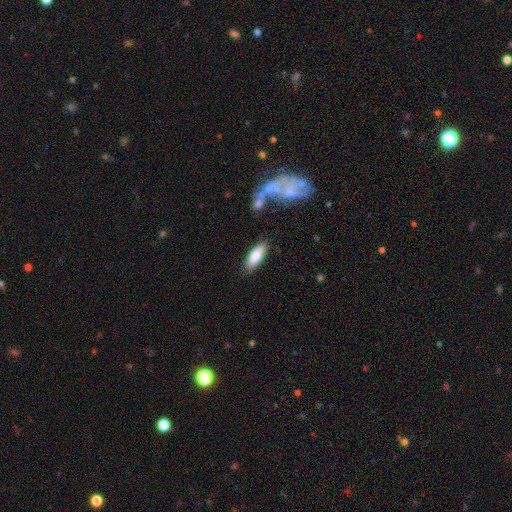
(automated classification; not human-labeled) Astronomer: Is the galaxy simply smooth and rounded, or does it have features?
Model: smooth — 80%.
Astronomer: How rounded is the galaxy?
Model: in between — 72%.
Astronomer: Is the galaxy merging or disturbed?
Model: none — 83%.